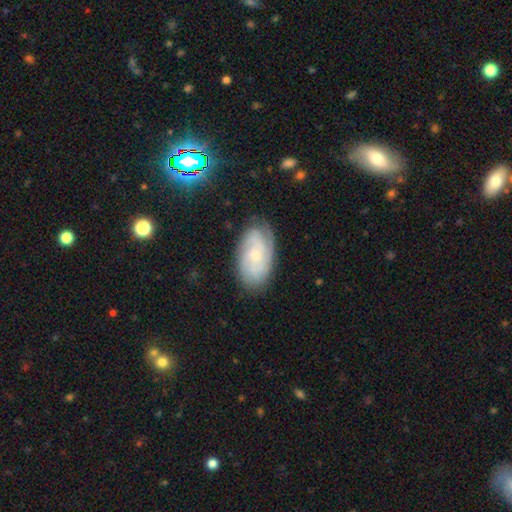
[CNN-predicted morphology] The model was most divided on "spiral arm count": can't tell: 38%, 3: 22%, 2: 19%, 4: 11%, more than 4: 5%, 1: 5%. More confident: edge-on disk — no (95%); spiral arms — yes (93%); merging — none (77%); bulge size — small (74%); bar — no (72%); smooth or featured — featured or disk (69%); spiral winding — tight (58%).